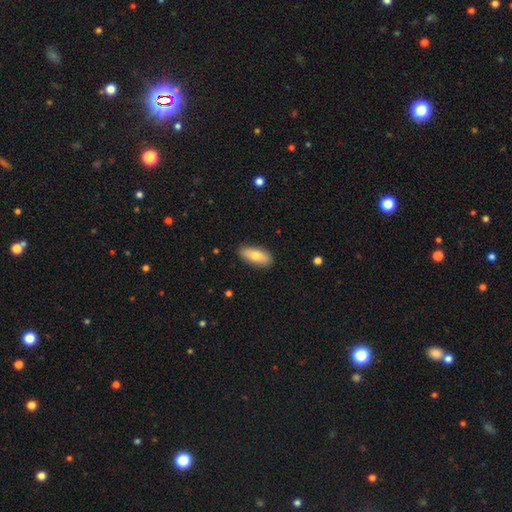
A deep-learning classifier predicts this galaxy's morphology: smooth-or-featured: smooth: 72% | featured or disk: 22% | star or artifact: 6%
  how-rounded: in between: 81% | cigar-shaped: 16% | round: 3%
  merging: none: 87% | minor disturbance: 10% | major disturbance: 2% | merger: 1%